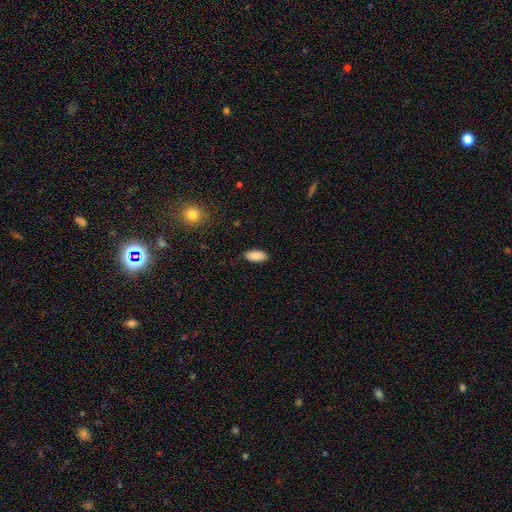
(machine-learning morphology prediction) type=smooth (88%); roundness=in between (88%); merging=none (86%).